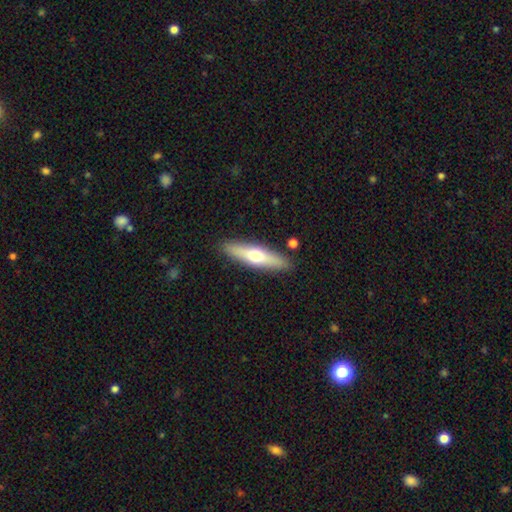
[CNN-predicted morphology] This is possibly a smooth galaxy (51%). How rounded: likely cigar-shaped (74%). Merging: clearly none (88%).